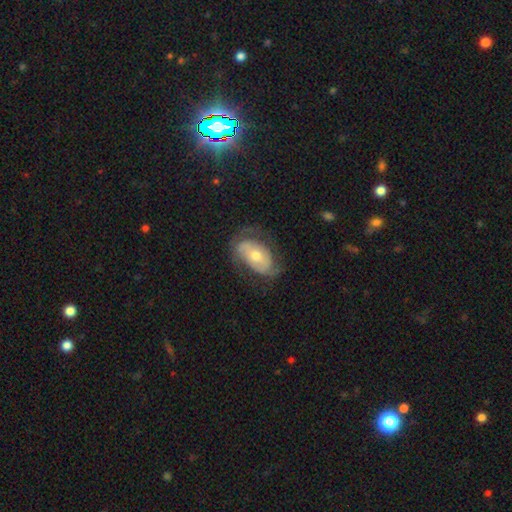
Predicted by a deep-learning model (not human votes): Morphology: type=featured or disk (64%); edge-on=no (94%); bar=no (67%); spiral arms=yes (75%); bulge=moderate (64%); merging=none (58%).